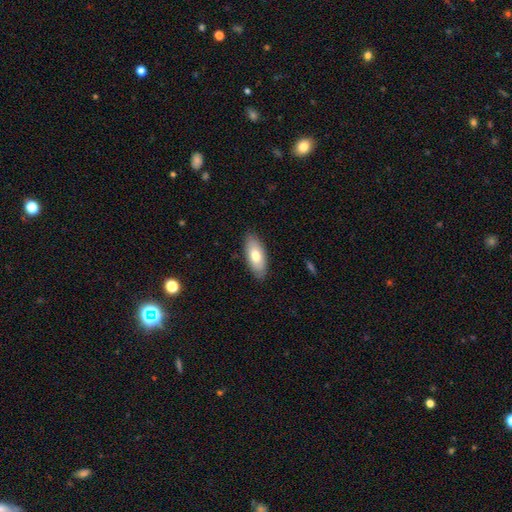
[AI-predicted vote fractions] This is likely a smooth galaxy (73%). How rounded: clearly in between (86%). Merging: clearly none (86%).